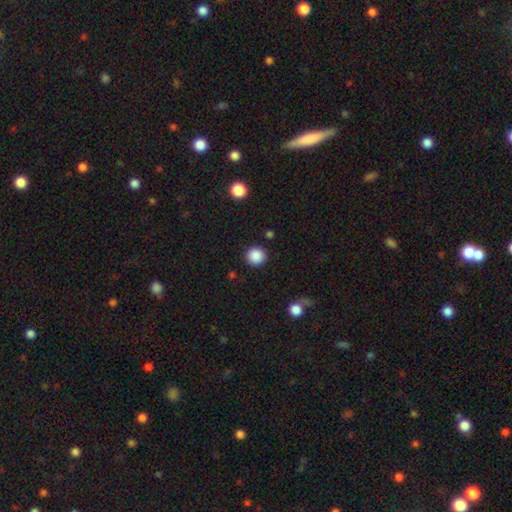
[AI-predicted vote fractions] Smooth or featured?
  - smooth: 88% *
  - star or artifact: 9%
  - featured or disk: 3%
How rounded?
  - round: 94% *
  - in between: 5%
  - cigar-shaped: 1%
Merging?
  - none: 90% *
  - minor disturbance: 6%
  - major disturbance: 2%
  - merger: 2%